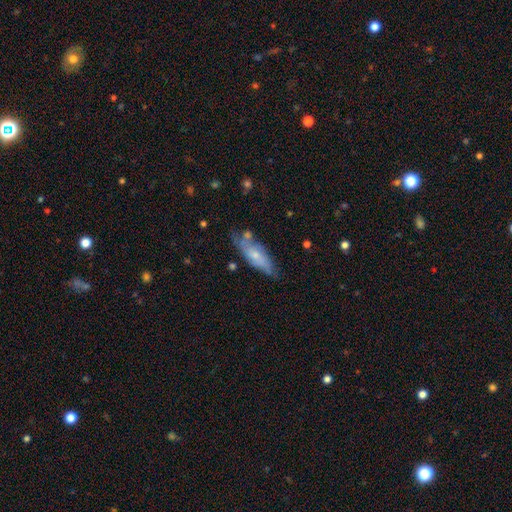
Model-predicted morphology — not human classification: Smooth or featured: smooth — 49% (featured or disk — 44%)
Merging: none — 58% (minor disturbance — 27%)